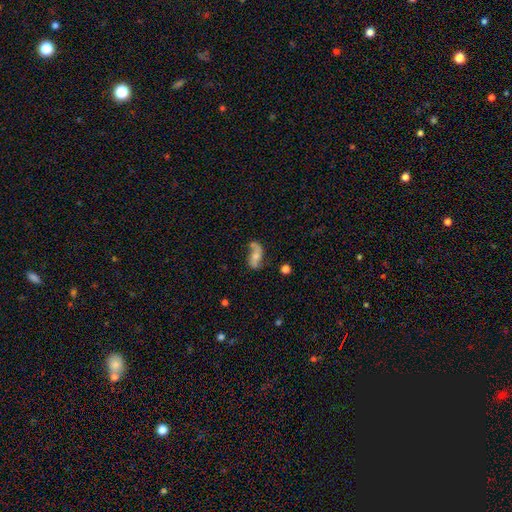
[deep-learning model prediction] Q: Smooth or featured?
A: featured or disk (68%); runner-up: smooth (25%)
Q: Edge-on disk?
A: no (94%); runner-up: yes (6%)
Q: Bar?
A: no (61%); runner-up: weak (28%)
Q: Spiral arms?
A: yes (89%); runner-up: no (11%)
Q: Spiral winding?
A: loose (75%); runner-up: medium (19%)
Q: Spiral arm count?
A: 2 (84%); runner-up: 1 (9%)
Q: Bulge size?
A: moderate (50%); runner-up: small (38%)
Q: Merging?
A: none (57%); runner-up: minor disturbance (24%)